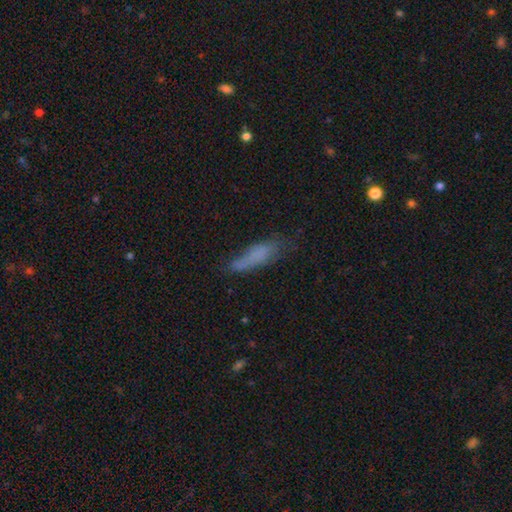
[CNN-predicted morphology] Overall: smooth (70%). How rounded: cigar-shaped (63%; in between 35%). Merging: none (48%; minor disturbance 32%).